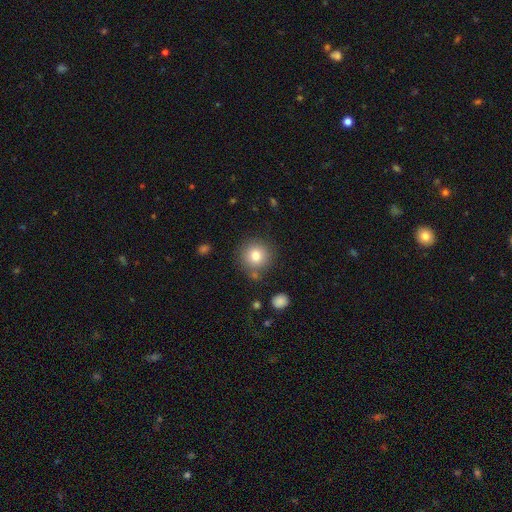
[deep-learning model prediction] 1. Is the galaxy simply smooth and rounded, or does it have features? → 80% smooth, 11% star or artifact, 9% featured or disk.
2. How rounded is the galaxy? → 93% round, 6% in between, 1% cigar-shaped.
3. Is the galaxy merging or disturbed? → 81% none, 10% minor disturbance, 5% merger, 3% major disturbance.